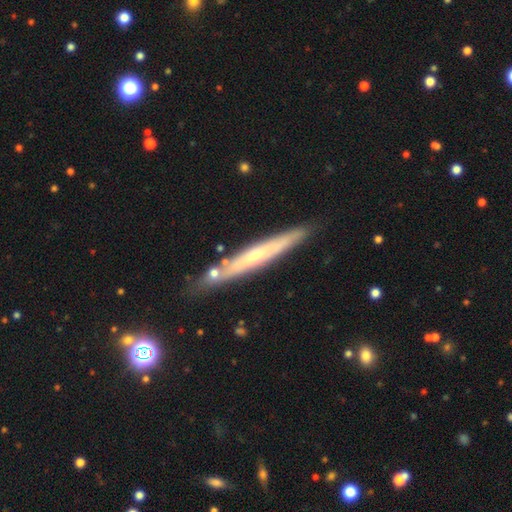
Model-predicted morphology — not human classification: Smooth or featured? featured or disk (58%)
Edge-on disk? yes (91%)
Edge-on bulge? none (52%)
Merging? none (82%)